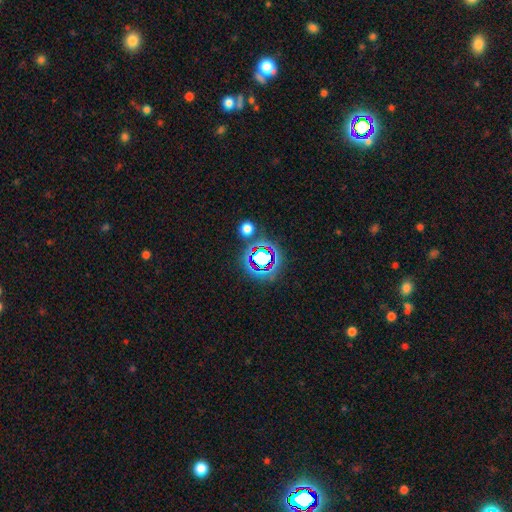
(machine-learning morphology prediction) This appears to be a star or artifact, not a galaxy (55%).